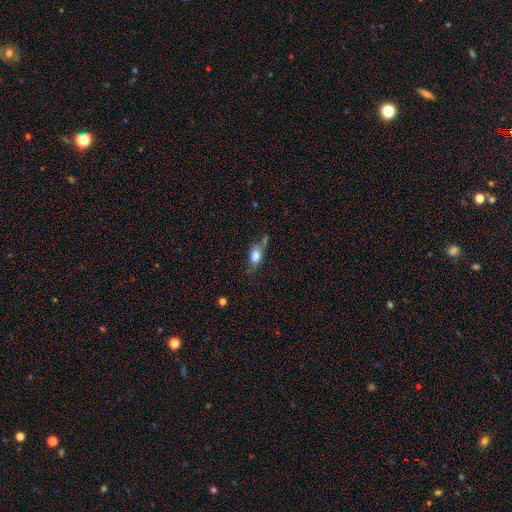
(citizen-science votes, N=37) This is likely a smooth galaxy (76%). How rounded: clearly in between (93%). Merging: possibly minor disturbance (46%).